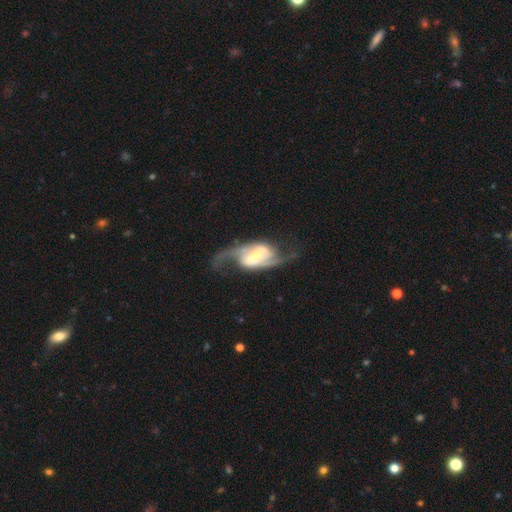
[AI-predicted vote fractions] Smooth or featured? featured or disk (90%)
Edge-on disk? no (97%)
Bar? strong (54%)
Spiral arms? yes (97%)
Spiral winding? loose (51%)
Spiral arm count? 2 (93%)
Bulge size? small (35%)
Merging? none (71%)